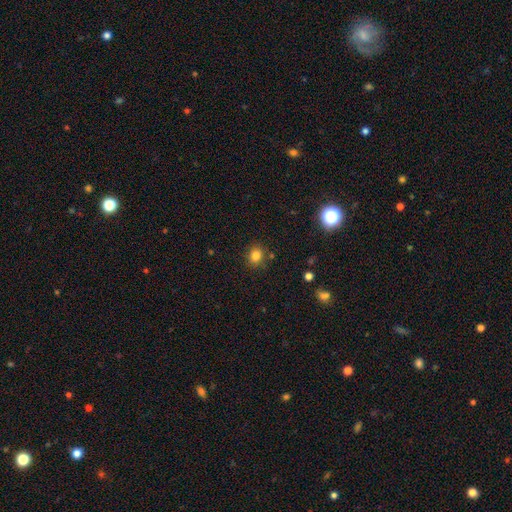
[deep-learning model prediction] Smooth or featured?
  - smooth: 82% *
  - star or artifact: 13%
  - featured or disk: 5%
How rounded?
  - round: 68% *
  - in between: 31%
  - cigar-shaped: 1%
Merging?
  - none: 85% *
  - minor disturbance: 9%
  - merger: 3%
  - major disturbance: 3%